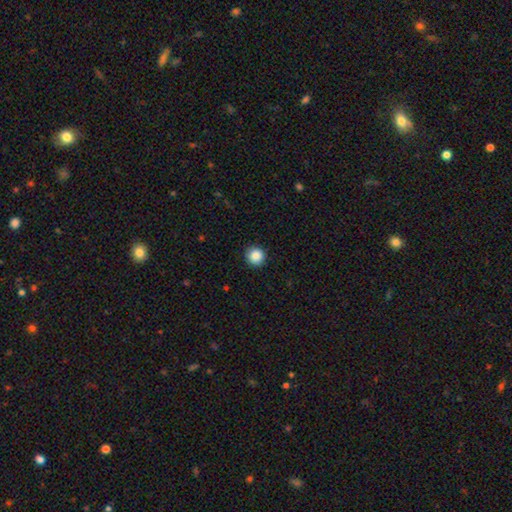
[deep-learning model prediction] Smooth or featured?
  - smooth: 87% *
  - star or artifact: 10%
  - featured or disk: 3%
How rounded?
  - round: 95% *
  - in between: 4%
  - cigar-shaped: 1%
Merging?
  - none: 92% *
  - minor disturbance: 5%
  - major disturbance: 2%
  - merger: 1%